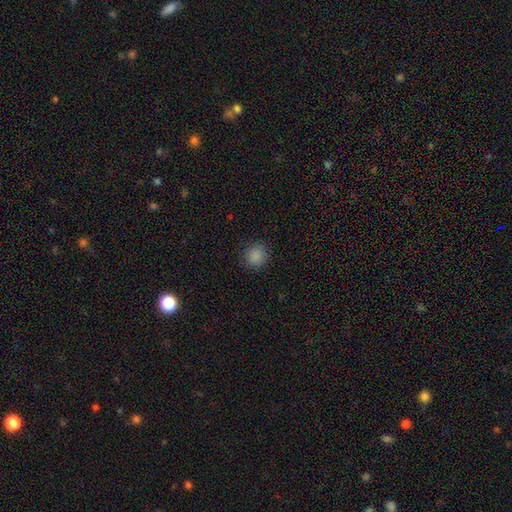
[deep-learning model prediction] This is clearly a smooth galaxy (87%). How rounded: clearly round (88%). Merging: clearly none (89%).